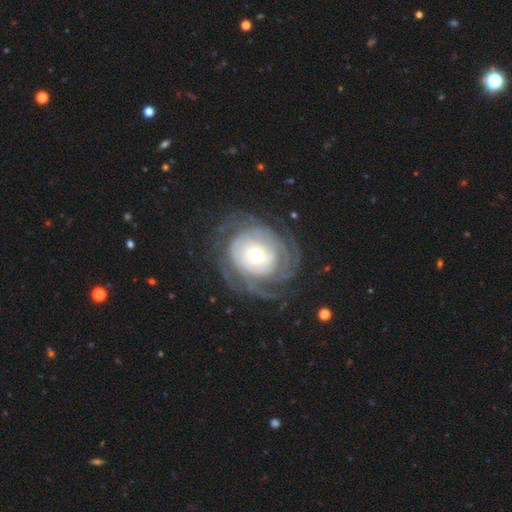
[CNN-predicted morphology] Overall: featured or disk (80%). Edge-on disk: no (97%). Bar: no (77%). Spiral arms: yes (88%). Spiral arm count: can't tell (45%; 2 16%). Spiral winding: tight (72%). Bulge size: small (46%; moderate 41%). Merging: none (68%).